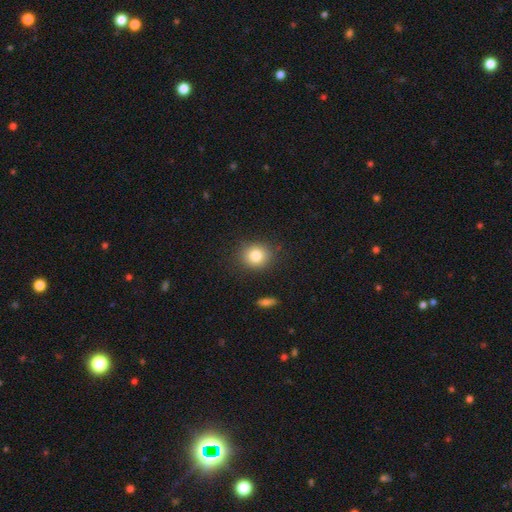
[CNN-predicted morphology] The model was most divided on "how rounded": round: 79%, in between: 20%, cigar-shaped: 1%. More confident: merging — none (86%); smooth or featured — smooth (81%).